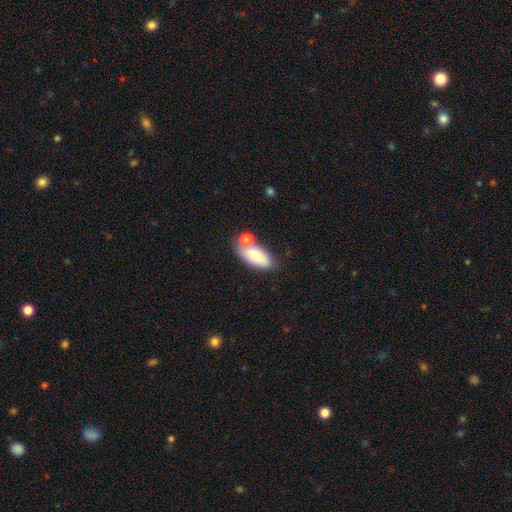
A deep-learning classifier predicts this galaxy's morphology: smooth_or_featured: smooth (p=0.80) [alt: featured or disk p=0.13]
how_rounded: in between (p=0.87) [alt: cigar-shaped p=0.10]
merging: none (p=0.50) [alt: merger p=0.28]